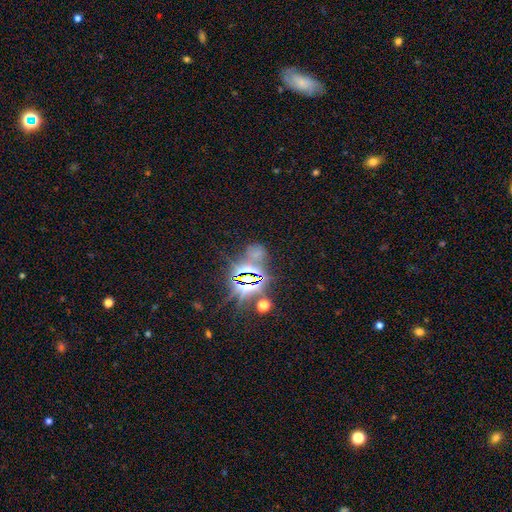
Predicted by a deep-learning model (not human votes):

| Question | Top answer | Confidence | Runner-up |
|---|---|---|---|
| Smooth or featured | star or artifact | 68% | smooth (22%) |